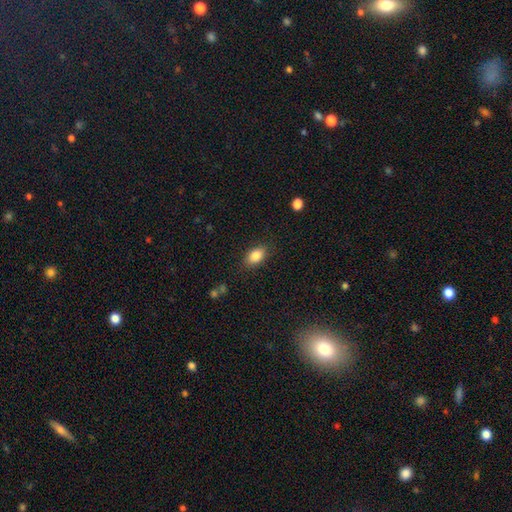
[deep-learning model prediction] smooth-or-featured: smooth: 85% | star or artifact: 8% | featured or disk: 7%
  how-rounded: in between: 88% | round: 10% | cigar-shaped: 2%
  merging: none: 85% | minor disturbance: 11% | major disturbance: 3% | merger: 1%